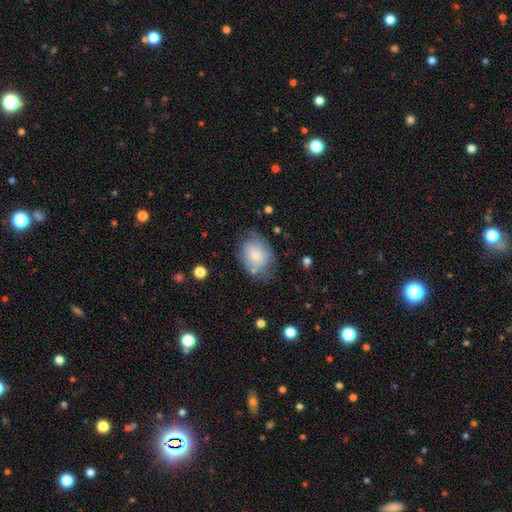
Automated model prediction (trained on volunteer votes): Smooth or featured? Predicted: smooth (p=0.65). How rounded? Predicted: in between (p=0.68). Merging? Predicted: none (p=0.54).